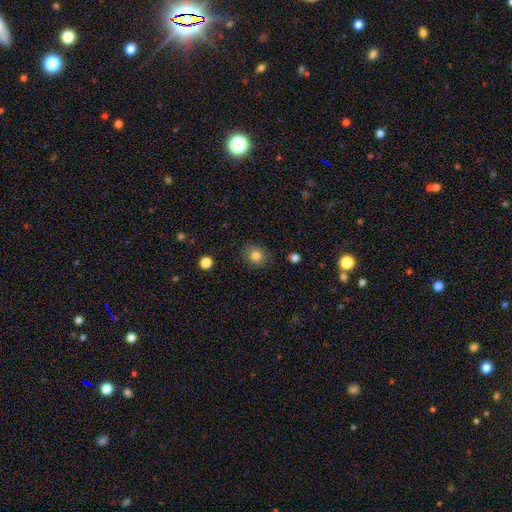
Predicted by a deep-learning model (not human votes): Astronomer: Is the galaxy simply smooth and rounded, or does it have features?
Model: smooth — 82%.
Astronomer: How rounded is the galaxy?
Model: round — 78%.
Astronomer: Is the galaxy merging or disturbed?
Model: none — 84%.